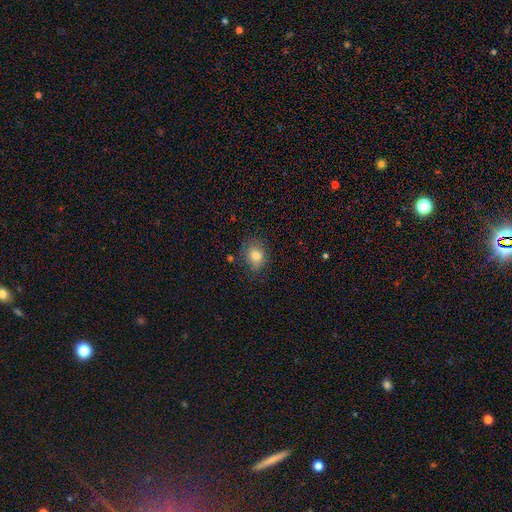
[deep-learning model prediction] Smooth or featured?
  - smooth: 77% *
  - featured or disk: 12%
  - star or artifact: 11%
How rounded?
  - round: 53% *
  - in between: 46%
  - cigar-shaped: 1%
Merging?
  - none: 76% *
  - minor disturbance: 17%
  - major disturbance: 5%
  - merger: 2%